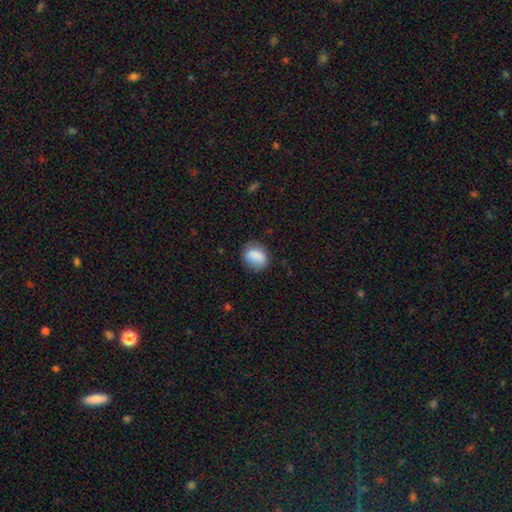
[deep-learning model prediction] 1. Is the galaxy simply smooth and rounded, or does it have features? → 84% smooth, 9% star or artifact, 7% featured or disk.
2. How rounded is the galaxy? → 55% in between, 44% round, 1% cigar-shaped.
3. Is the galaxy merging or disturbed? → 72% none, 20% minor disturbance, 6% major disturbance, 2% merger.